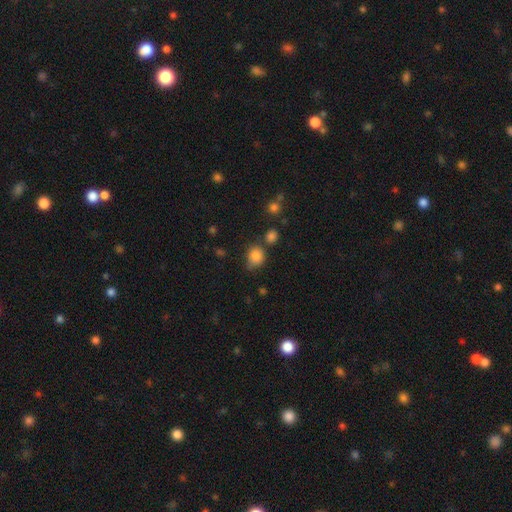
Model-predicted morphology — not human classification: The model was most divided on "how rounded": round: 69%, in between: 30%, cigar-shaped: 1%. More confident: smooth or featured — smooth (84%); merging — none (66%).